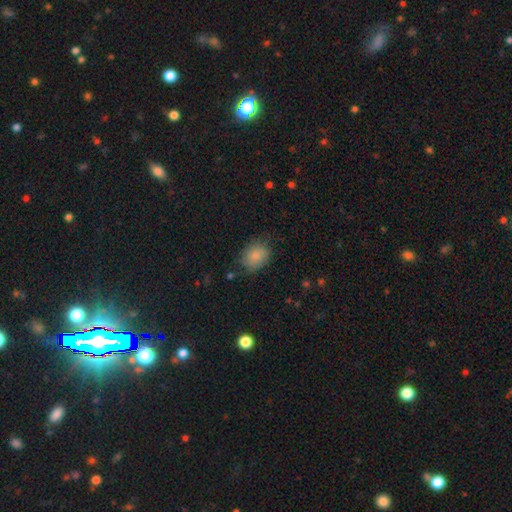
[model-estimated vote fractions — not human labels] Smooth or featured? smooth (83%)
How rounded? in between (57%)
Merging? none (65%)